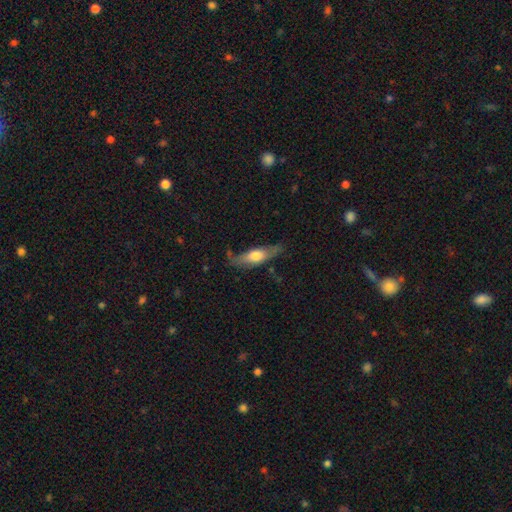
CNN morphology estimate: This appears to be a smooth galaxy with no disk features (52%) that is cigar-shaped (53%). Merging: none (69%).